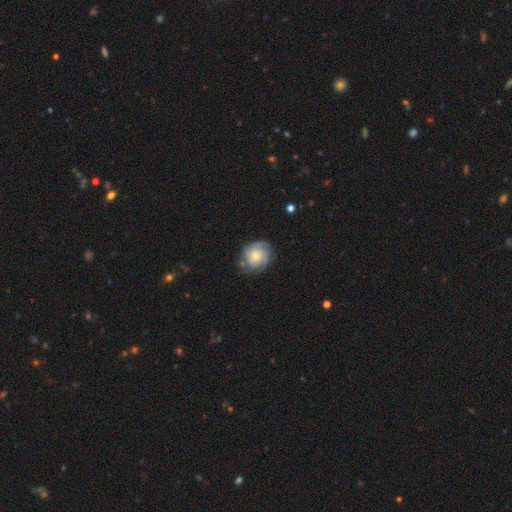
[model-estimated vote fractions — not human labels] Smooth or featured: featured or disk — 51% (smooth — 42%)
Edge-on disk: no — 97% (yes — 3%)
Merging: none — 66% (minor disturbance — 24%)